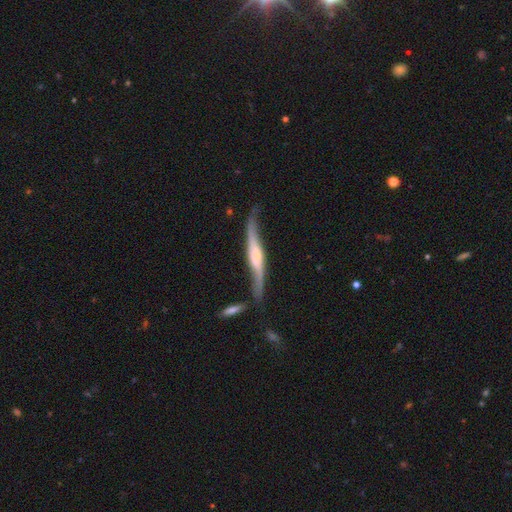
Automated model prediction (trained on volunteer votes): Smooth or featured: featured or disk — 76% (smooth — 19%)
Edge-on disk: yes — 76% (no — 24%)
Edge-on bulge: rounded — 64% (boxy — 20%)
Merging: none — 57% (minor disturbance — 24%)